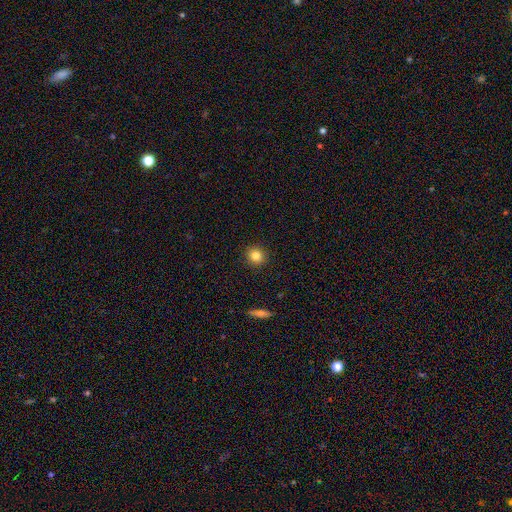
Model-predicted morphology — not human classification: This appears to be a smooth galaxy with no disk features (83%) that is round (90%). Merging: none (92%).